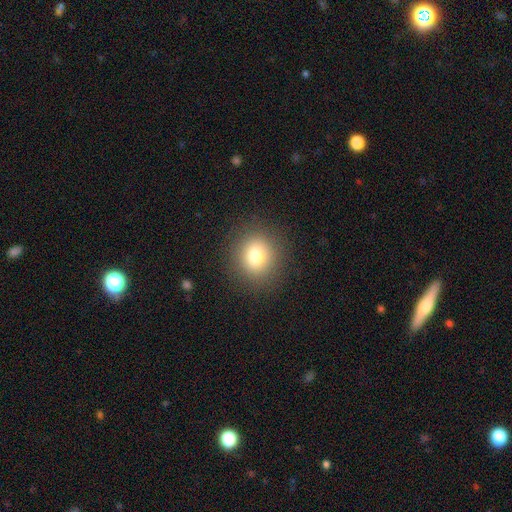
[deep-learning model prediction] Morphology: type=smooth (79%); roundness=round (77%); merging=none (88%).